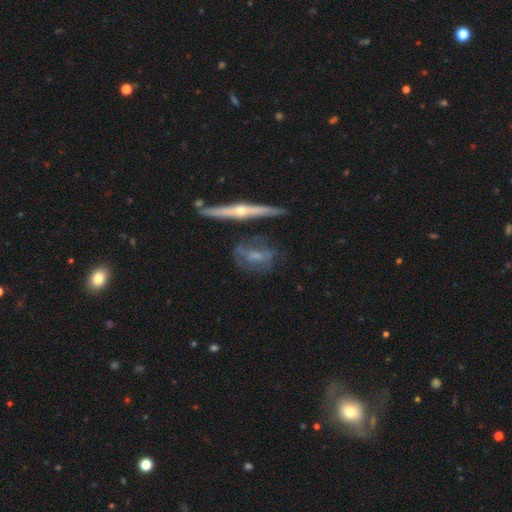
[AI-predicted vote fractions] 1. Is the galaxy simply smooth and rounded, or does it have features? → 62% featured or disk, 29% smooth, 9% star or artifact.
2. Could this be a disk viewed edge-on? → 58% no, 42% yes.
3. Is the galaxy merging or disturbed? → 59% none, 22% minor disturbance, 11% major disturbance, 8% merger.